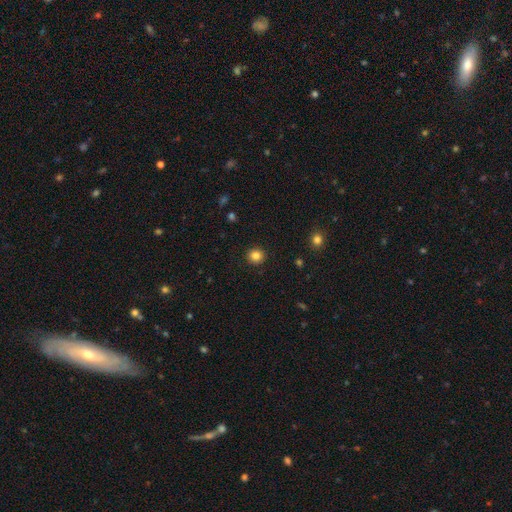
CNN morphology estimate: This appears to be a smooth galaxy with no disk features (83%) that is round (92%). Merging: none (92%).